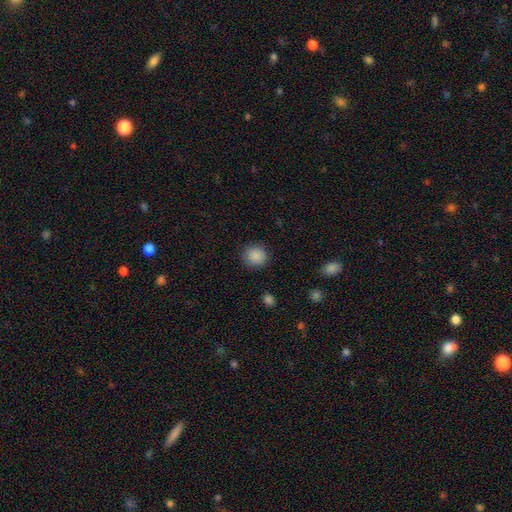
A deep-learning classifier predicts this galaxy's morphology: This appears to be a smooth galaxy with no disk features (88%) that is round (89%). Merging: none (89%).